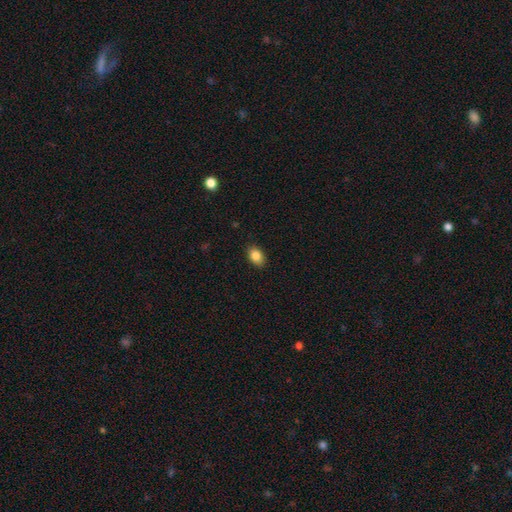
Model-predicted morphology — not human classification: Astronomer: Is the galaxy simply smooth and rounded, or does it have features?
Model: smooth — 85%.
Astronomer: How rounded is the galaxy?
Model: in between — 81%.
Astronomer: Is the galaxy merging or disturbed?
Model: none — 88%.